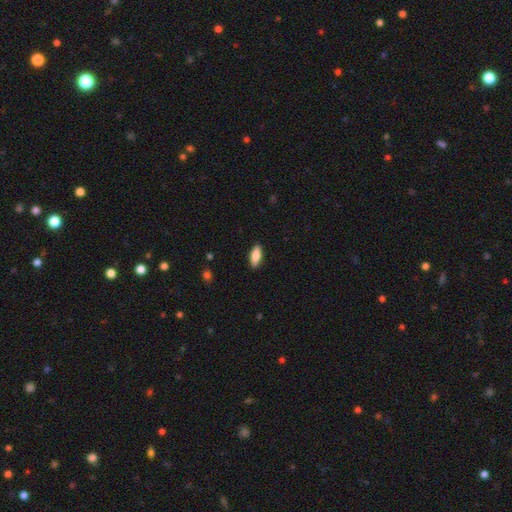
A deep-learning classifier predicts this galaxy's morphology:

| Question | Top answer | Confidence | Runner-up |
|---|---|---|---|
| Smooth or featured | smooth | 81% | featured or disk (13%) |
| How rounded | in between | 71% | cigar-shaped (27%) |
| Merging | none | 89% | minor disturbance (8%) |